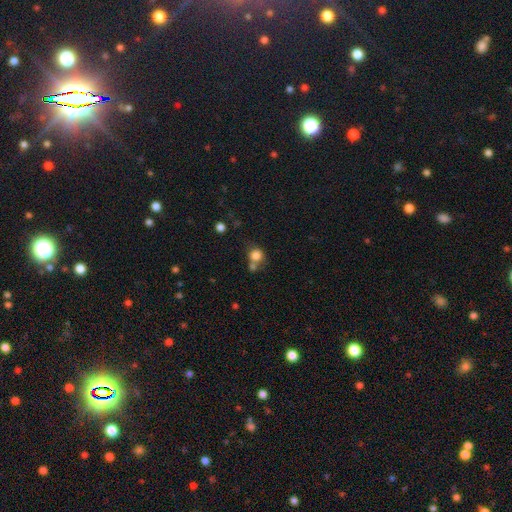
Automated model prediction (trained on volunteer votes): The model was most divided on "merging": none: 50%, merger: 32%, minor disturbance: 12%, major disturbance: 6%. More confident: how rounded — round (82%); smooth or featured — smooth (81%).